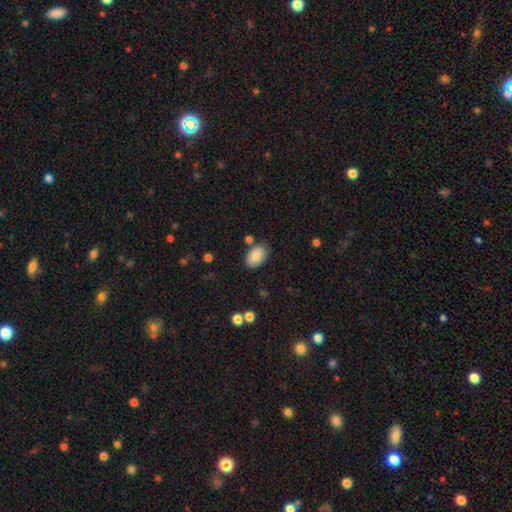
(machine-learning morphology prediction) The model was most divided on "merging": none: 79%, minor disturbance: 13%, merger: 4%, major disturbance: 3%. More confident: how rounded — in between (90%); smooth or featured — smooth (86%).